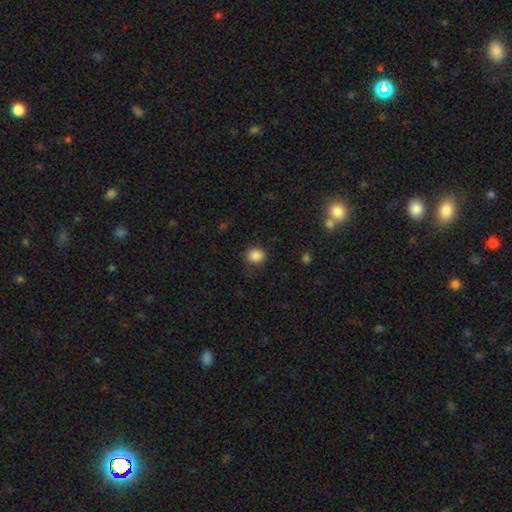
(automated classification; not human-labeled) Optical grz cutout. It shows a smooth galaxy with no disk features (86%) that is round (69%). Merging: none (85%).